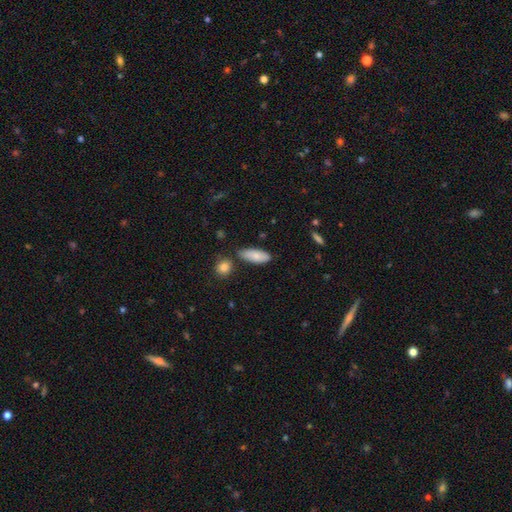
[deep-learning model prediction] Overall: smooth (81%). How rounded: in between (81%). Merging: none (75%).